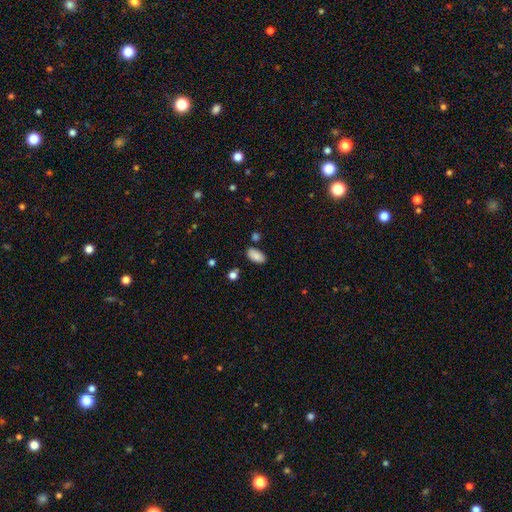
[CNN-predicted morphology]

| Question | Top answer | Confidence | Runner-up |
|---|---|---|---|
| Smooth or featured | smooth | 87% | star or artifact (8%) |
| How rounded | in between | 94% | round (3%) |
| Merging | none | 79% | minor disturbance (13%) |